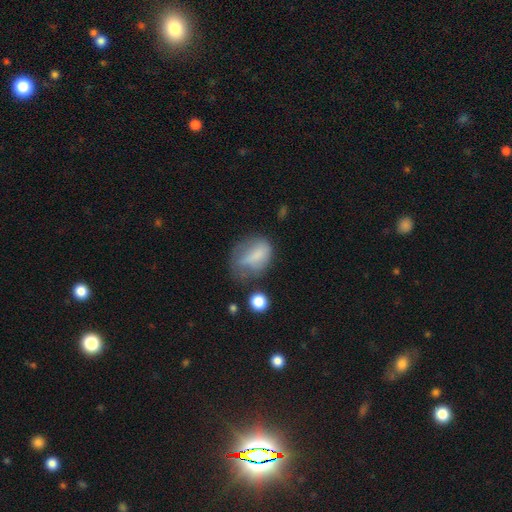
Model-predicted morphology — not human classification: smooth-or-featured: smooth: 67% | featured or disk: 22% | star or artifact: 10%
  how-rounded: in between: 72% | round: 24% | cigar-shaped: 4%
  merging: none: 35% | minor disturbance: 32% | major disturbance: 27% | merger: 6%